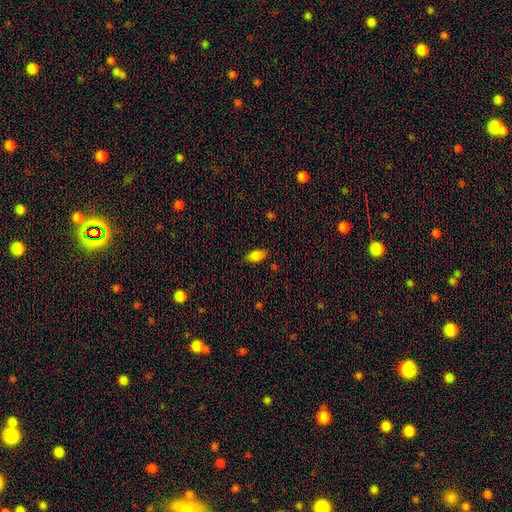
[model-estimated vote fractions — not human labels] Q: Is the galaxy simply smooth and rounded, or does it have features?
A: smooth — 83%.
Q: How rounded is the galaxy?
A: in between — 86%.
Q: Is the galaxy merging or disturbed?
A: none — 82%.